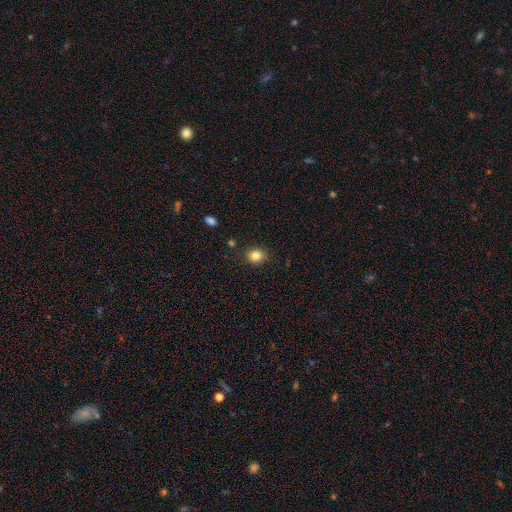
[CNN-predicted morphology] A smooth galaxy with no disk features (83%) that is round (67%). Merging: none (88%).